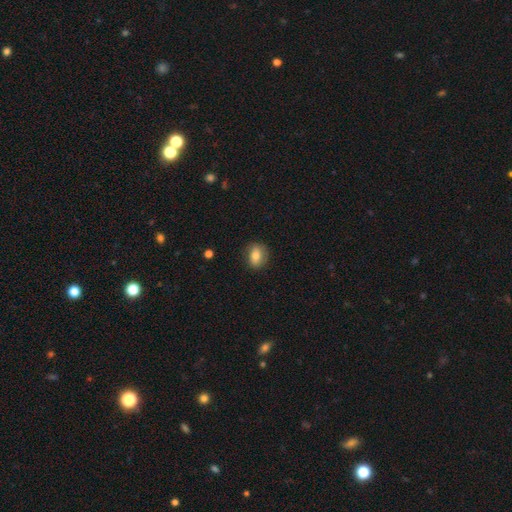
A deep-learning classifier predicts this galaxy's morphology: This is likely a smooth galaxy (74%). How rounded: likely in between (62%). Merging: clearly none (82%).